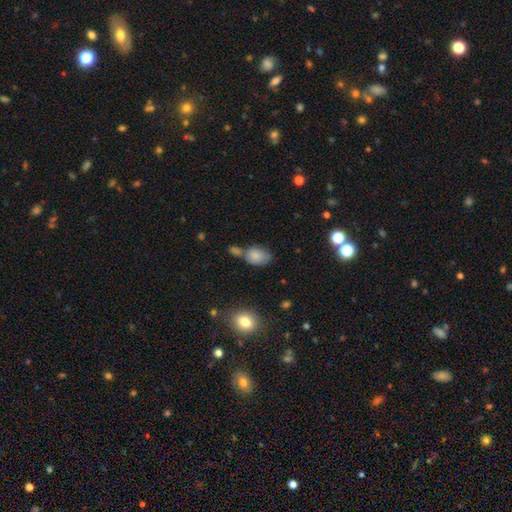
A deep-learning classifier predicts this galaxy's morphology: Smooth or featured: smooth — 82% (star or artifact — 9%)
How rounded: in between — 83% (round — 15%)
Merging: none — 49% (merger — 28%)